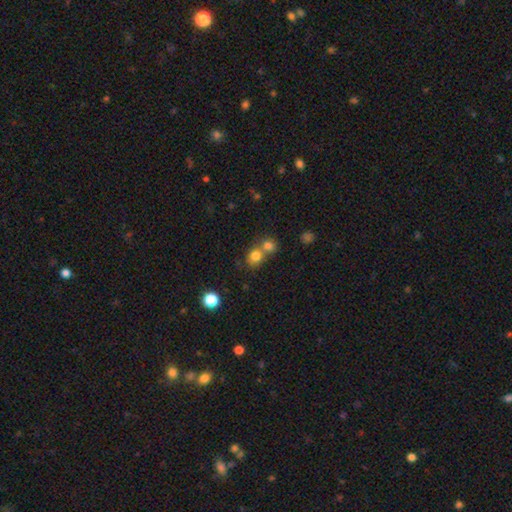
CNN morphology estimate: smooth_or_featured: smooth (p=0.78) [alt: star or artifact p=0.13]
how_rounded: round (p=0.78) [alt: in between p=0.21]
merging: merger (p=0.47) [alt: none p=0.44]